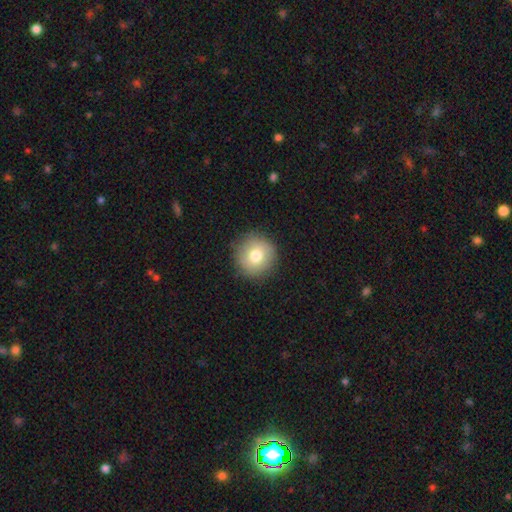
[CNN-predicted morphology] Smooth or featured: smooth — 77% (featured or disk — 14%)
How rounded: round — 94% (in between — 5%)
Merging: none — 88% (minor disturbance — 8%)